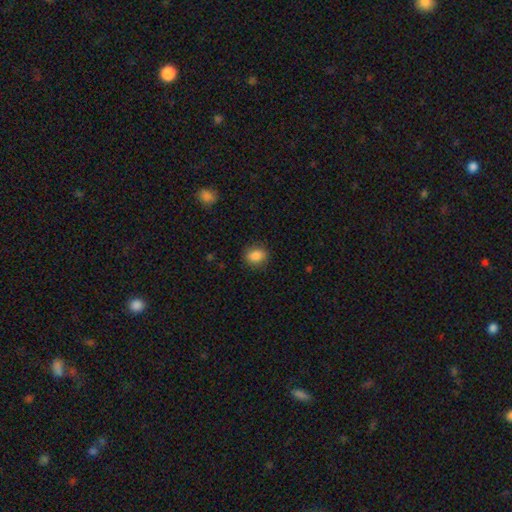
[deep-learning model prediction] This is clearly a smooth galaxy (86%). How rounded: possibly round (52%). Merging: clearly none (85%).